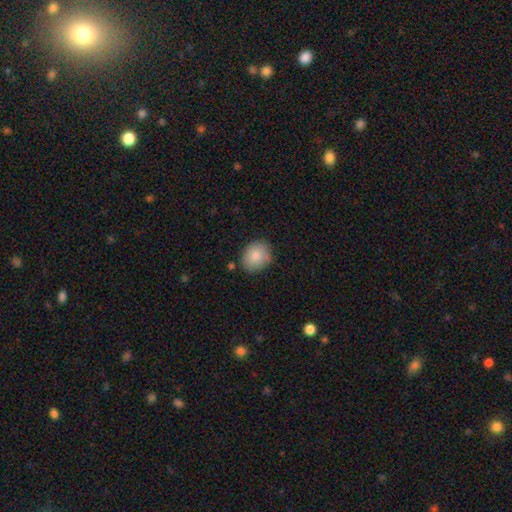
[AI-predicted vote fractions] Smooth or featured?
  - smooth: 84% *
  - featured or disk: 8%
  - star or artifact: 7%
How rounded?
  - round: 60% *
  - in between: 40%
  - cigar-shaped: 1%
Merging?
  - none: 79% *
  - minor disturbance: 15%
  - major disturbance: 3%
  - merger: 3%